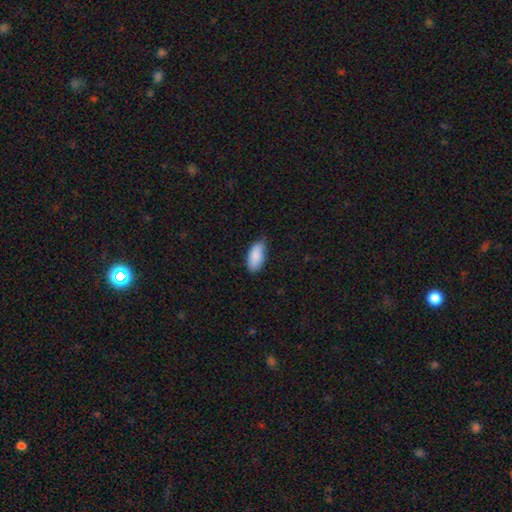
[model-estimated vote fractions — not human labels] smooth-or-featured: smooth: 88% | star or artifact: 6% | featured or disk: 6%
  how-rounded: in between: 91% | cigar-shaped: 8% | round: 2%
  merging: none: 74% | minor disturbance: 22% | major disturbance: 3% | merger: 1%